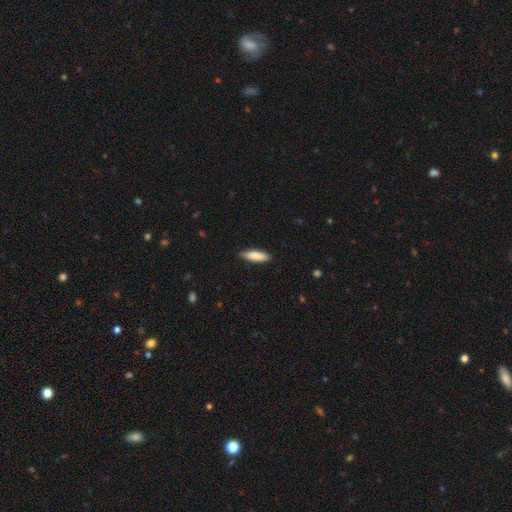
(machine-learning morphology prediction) The model was most divided on "how rounded": cigar-shaped: 57%, in between: 41%, round: 1%. More confident: merging — none (86%); smooth or featured — smooth (86%).